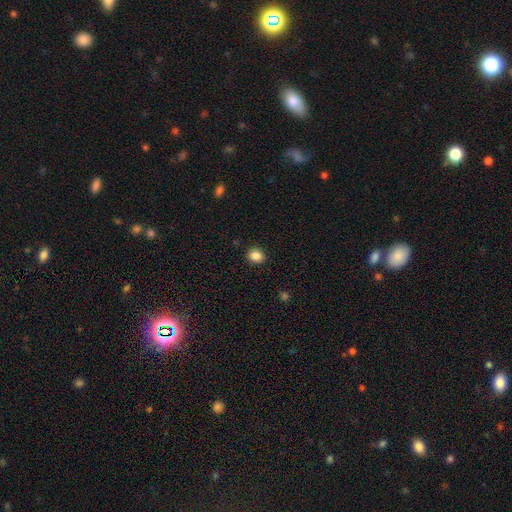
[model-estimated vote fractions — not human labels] Smooth or featured?
  - smooth: 86% *
  - star or artifact: 10%
  - featured or disk: 4%
How rounded?
  - round: 65% *
  - in between: 34%
  - cigar-shaped: 1%
Merging?
  - none: 90% *
  - minor disturbance: 7%
  - major disturbance: 2%
  - merger: 1%